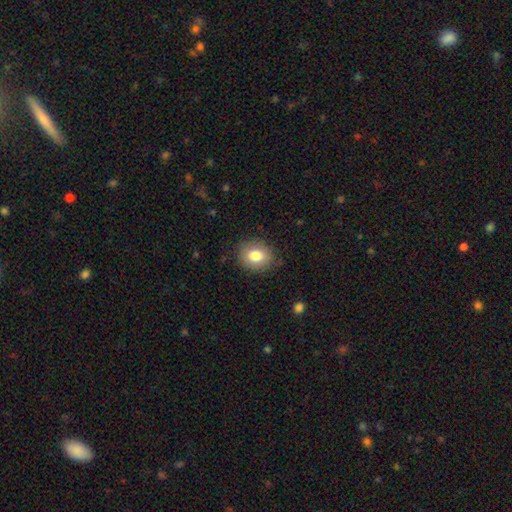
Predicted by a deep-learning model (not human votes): A smooth galaxy with no disk features (80%) that is round (55%). Merging: none (84%).